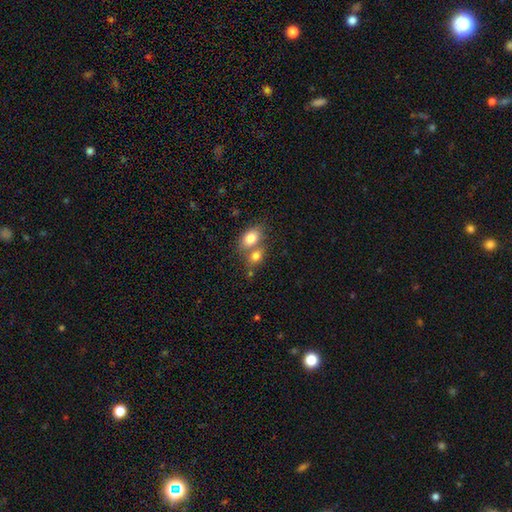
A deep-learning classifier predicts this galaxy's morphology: Smooth or featured? smooth (79%)
How rounded? in between (76%)
Merging? merger (55%)